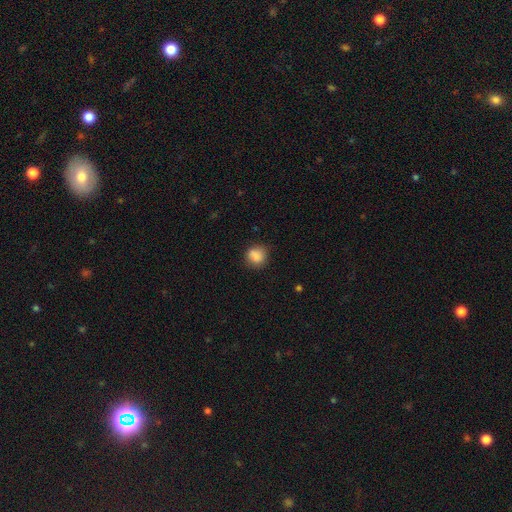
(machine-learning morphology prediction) A smooth galaxy with no disk features (86%) that is round (75%).

Vote fractions:
- Smooth or featured? smooth: 86% / star or artifact: 9% / featured or disk: 5%
- How rounded? round: 75% / in between: 24% / cigar-shaped: 1%
- Merging? none: 76% / minor disturbance: 18% / major disturbance: 4% / merger: 2%